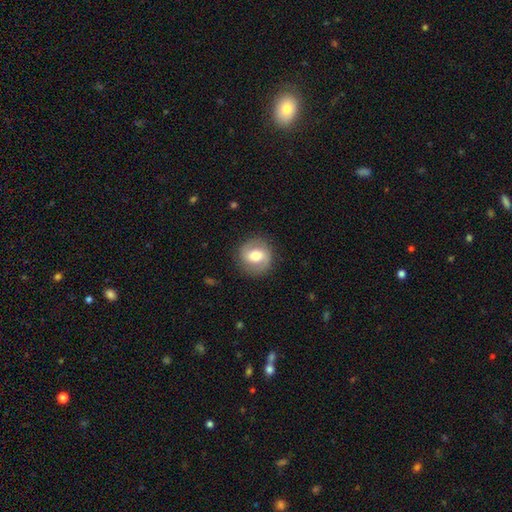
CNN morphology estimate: This is possibly a smooth galaxy (48%). Merging: clearly none (85%).